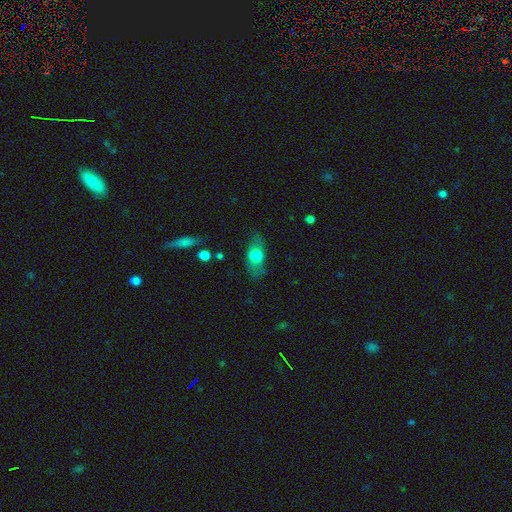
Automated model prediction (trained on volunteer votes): smooth-or-featured: smooth: 63% | featured or disk: 29% | star or artifact: 8%
  how-rounded: in between: 79% | round: 11% | cigar-shaped: 10%
  merging: none: 72% | minor disturbance: 18% | major disturbance: 8% | merger: 2%